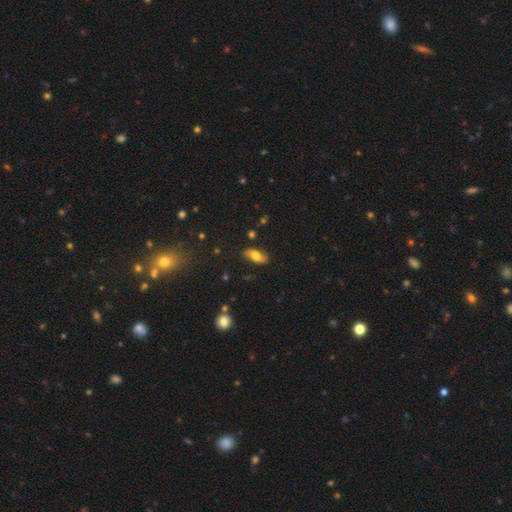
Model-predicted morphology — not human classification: Smooth or featured?
  - smooth: 63% *
  - featured or disk: 30%
  - star or artifact: 7%
How rounded?
  - in between: 85% *
  - cigar-shaped: 11%
  - round: 4%
Merging?
  - none: 81% *
  - minor disturbance: 14%
  - major disturbance: 3%
  - merger: 2%